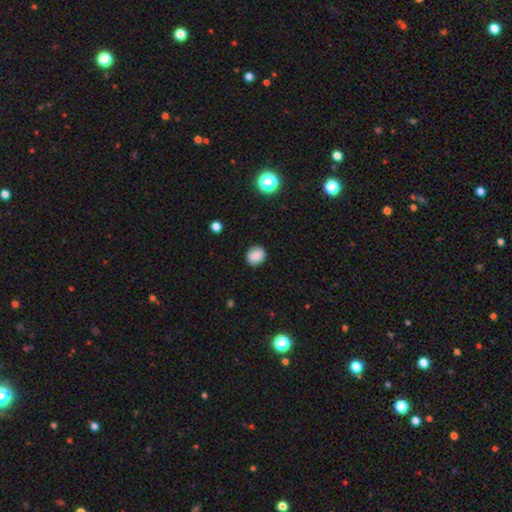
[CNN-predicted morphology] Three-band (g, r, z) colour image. It shows a smooth galaxy with no disk features (85%) that is round (63%). Merging: none (86%).